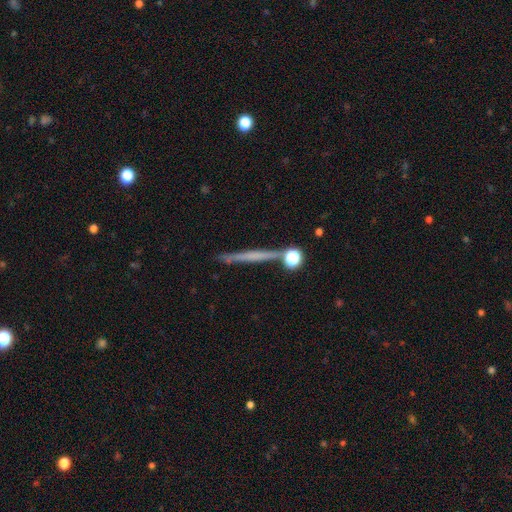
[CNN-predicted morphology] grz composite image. It shows a featured or disk galaxy (49%). Merging: none (81%).